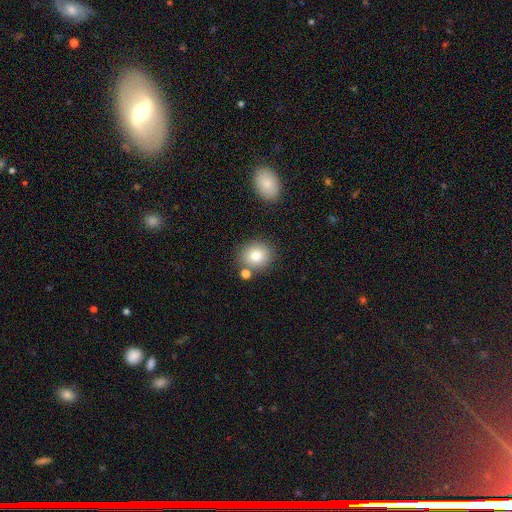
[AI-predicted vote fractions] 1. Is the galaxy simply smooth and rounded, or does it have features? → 81% smooth, 9% star or artifact, 9% featured or disk.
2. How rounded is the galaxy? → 81% round, 18% in between, 1% cigar-shaped.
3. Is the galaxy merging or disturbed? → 77% none, 10% merger, 10% minor disturbance, 3% major disturbance.